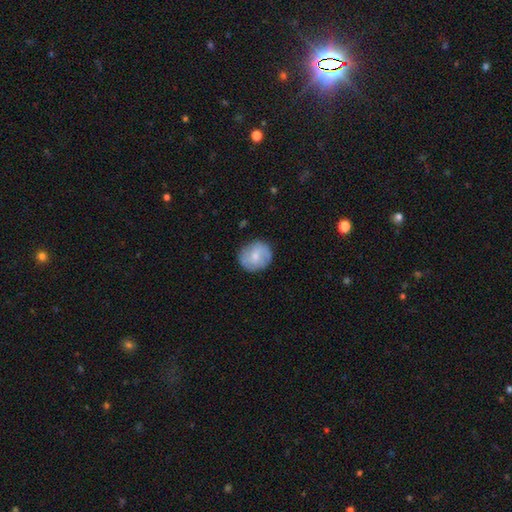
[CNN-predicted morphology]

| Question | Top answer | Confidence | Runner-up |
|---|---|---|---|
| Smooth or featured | smooth | 63% | featured or disk (31%) |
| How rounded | round | 84% | in between (15%) |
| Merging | none | 82% | minor disturbance (14%) |